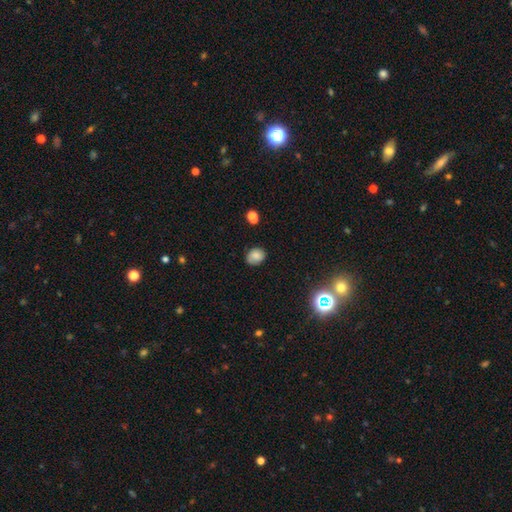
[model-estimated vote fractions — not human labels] Smooth or featured?
  - smooth: 78% *
  - star or artifact: 11%
  - featured or disk: 10%
How rounded?
  - in between: 61% *
  - round: 38%
  - cigar-shaped: 1%
Merging?
  - none: 75% *
  - minor disturbance: 19%
  - major disturbance: 4%
  - merger: 2%